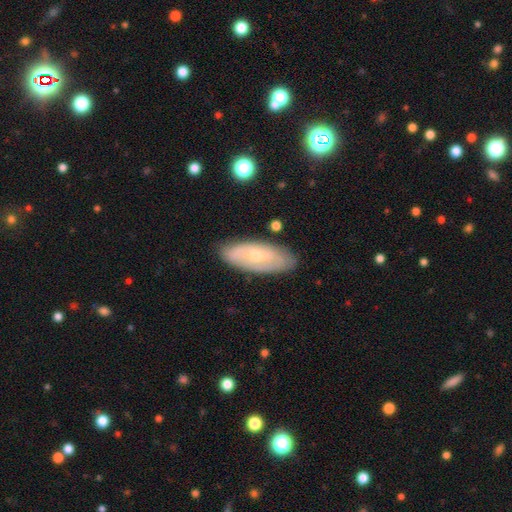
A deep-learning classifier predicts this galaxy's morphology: A featured or disk galaxy (56%). Merging: none (80%).